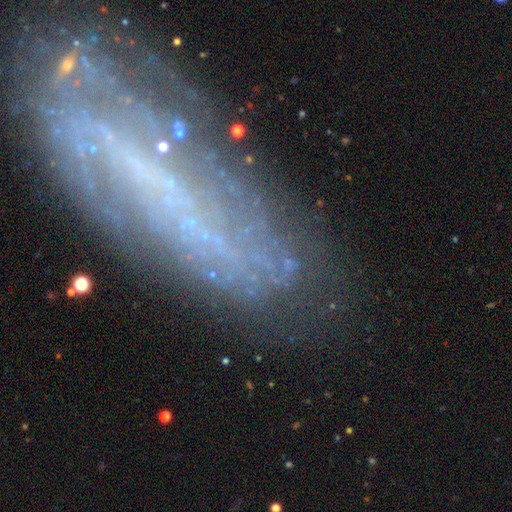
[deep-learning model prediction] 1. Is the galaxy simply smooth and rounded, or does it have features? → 62% featured or disk, 20% star or artifact, 18% smooth.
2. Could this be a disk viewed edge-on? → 84% no, 16% yes.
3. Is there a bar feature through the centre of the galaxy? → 68% no, 20% weak, 13% strong.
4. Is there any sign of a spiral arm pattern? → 52% yes, 48% no.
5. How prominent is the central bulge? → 55% none, 33% small, 8% moderate, 2% large, 2% dominant.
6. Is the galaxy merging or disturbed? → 62% none, 20% minor disturbance, 14% major disturbance, 4% merger.